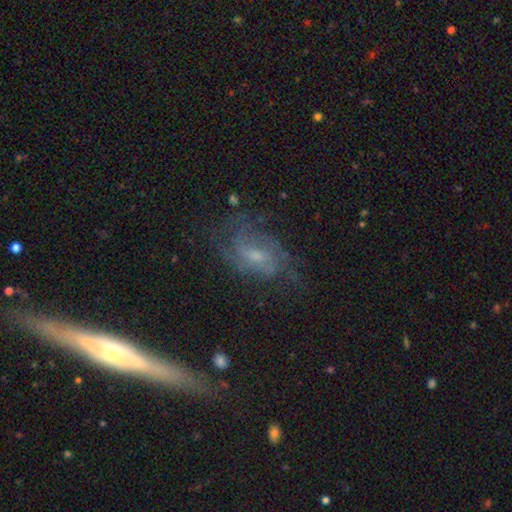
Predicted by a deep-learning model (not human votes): Overall: featured or disk (69%). Edge-on disk: no (94%). Bar: no (47%; weak 43%). Spiral arms: yes (85%). Spiral arm count: can't tell (37%; 2 33%). Spiral winding: medium (44%; tight 31%). Bulge size: small (50%; moderate 37%). Merging: none (61%).